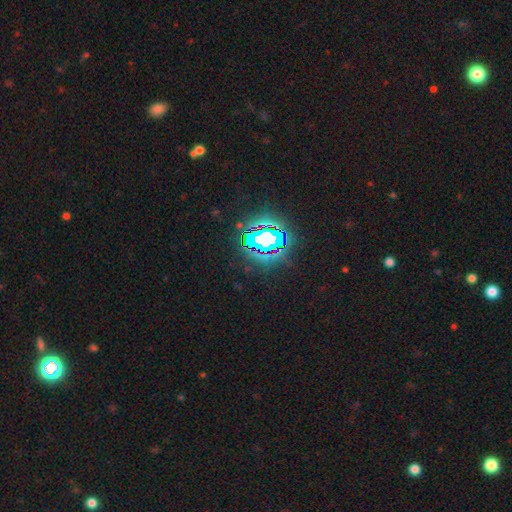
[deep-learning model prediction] Smooth or featured? star or artifact (84%)